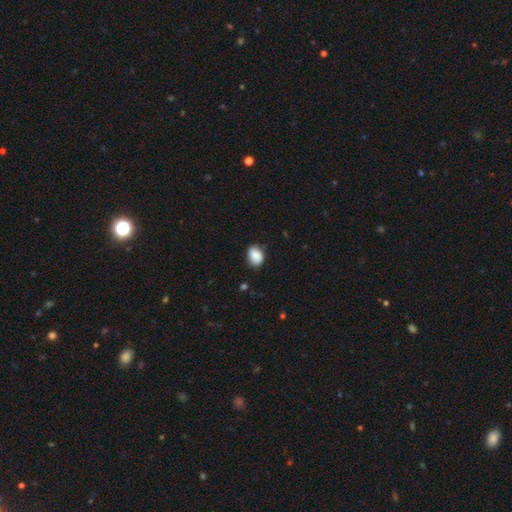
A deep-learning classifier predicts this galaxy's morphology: This appears to be a smooth galaxy with no disk features (86%) that is in between round and cigar-shaped (72%). Merging: none (73%).